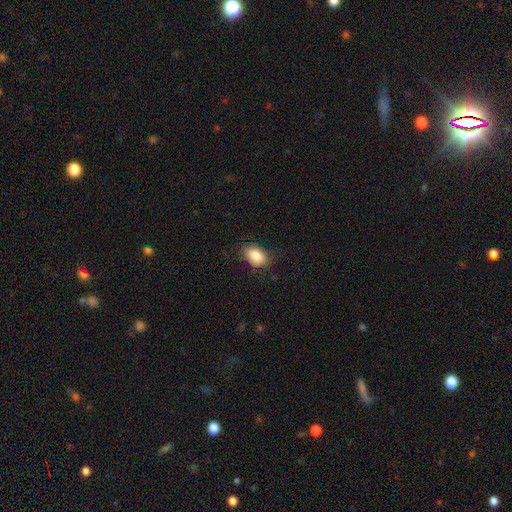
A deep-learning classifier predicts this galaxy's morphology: Smooth or featured? smooth (87%)
How rounded? in between (87%)
Merging? none (79%)